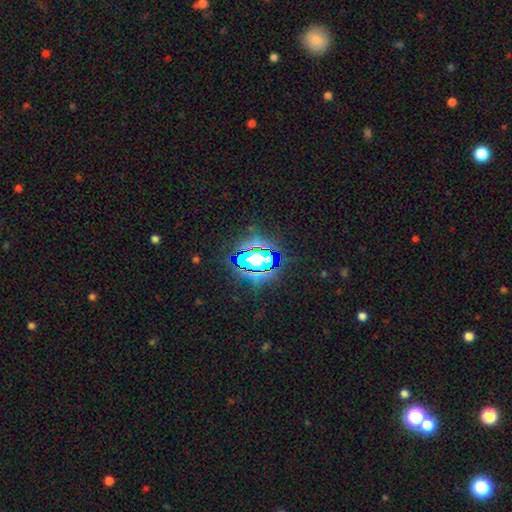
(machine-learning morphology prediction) smooth-or-featured: star or artifact: 80% | smooth: 11% | featured or disk: 9%